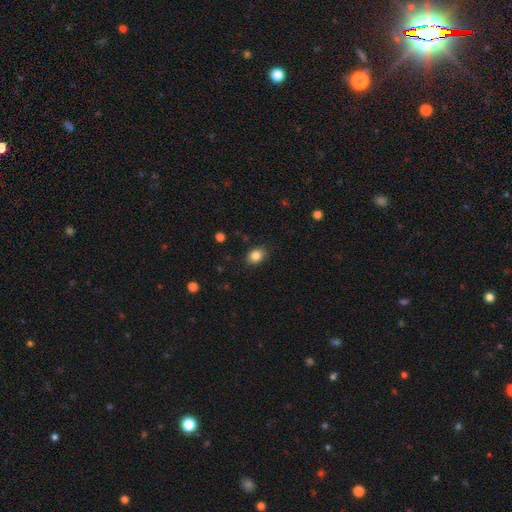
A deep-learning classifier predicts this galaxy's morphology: A smooth galaxy with no disk features (85%) that is in between round and cigar-shaped (72%). Merging: none (85%).